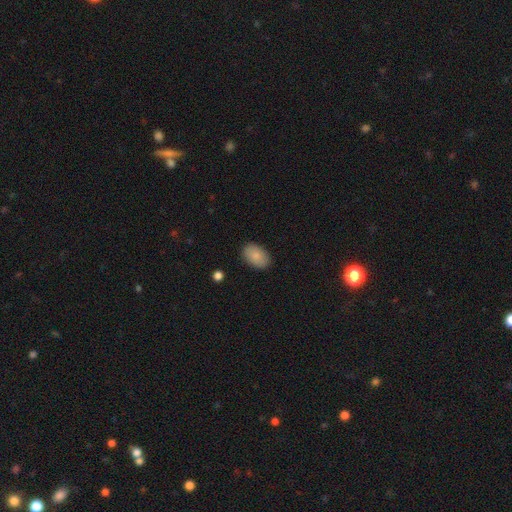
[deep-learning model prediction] smooth_or_featured: smooth (p=0.86) [alt: star or artifact p=0.07]
how_rounded: in between (p=0.90) [alt: round p=0.09]
merging: none (p=0.87) [alt: minor disturbance p=0.09]